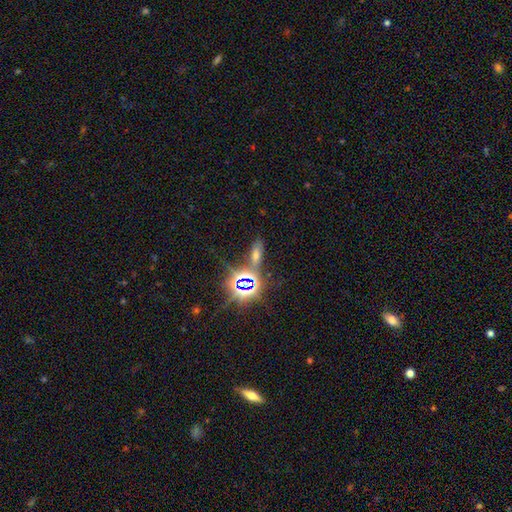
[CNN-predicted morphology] Q: Smooth or featured?
A: star or artifact (50%); runner-up: smooth (36%)